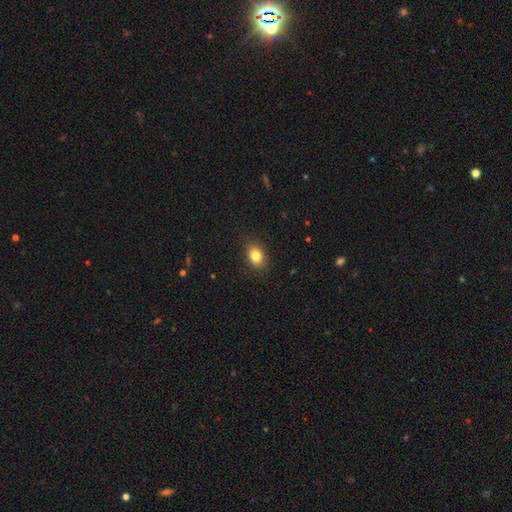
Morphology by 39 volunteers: Volunteers were most divided on "how rounded": in between: 73%, round: 27%, cigar-shaped: 0%. More confident: merging — none (86%); smooth or featured — smooth (77%).